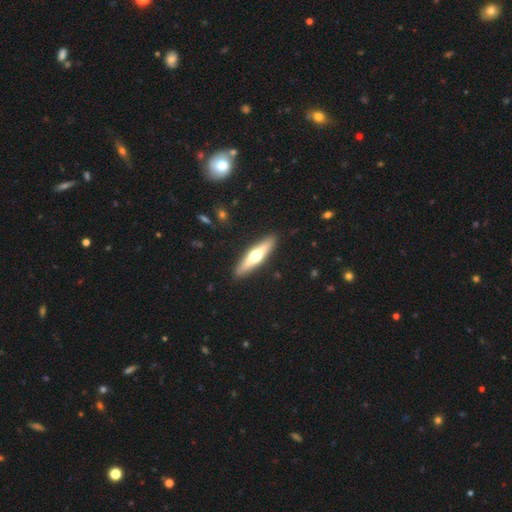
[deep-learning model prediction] A featured or disk galaxy (55%) viewed edge-on (93%) with a rounded central bulge (94%). Merging: none (91%).